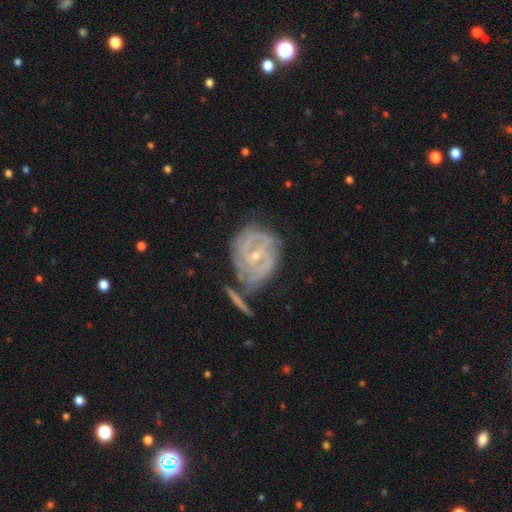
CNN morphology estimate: smooth-or-featured: featured or disk: 86% | smooth: 8% | star or artifact: 6%
  disk-edge-on: no: 97% | yes: 3%
    bar: weak: 44% | no: 38% | strong: 17%
    has-spiral-arms: yes: 94% | no: 6%
      spiral-winding: tight: 66% | medium: 27% | loose: 6%
      spiral-arm-count: 2: 41% | can't tell: 25% | 3: 18% | 4: 6% | 1: 5% | more than 4: 4%
    bulge-size: small: 66% | moderate: 31% | none: 1% | large: 1% | dominant: 1%
  merging: none: 48% | minor disturbance: 23% | merger: 17% | major disturbance: 12%